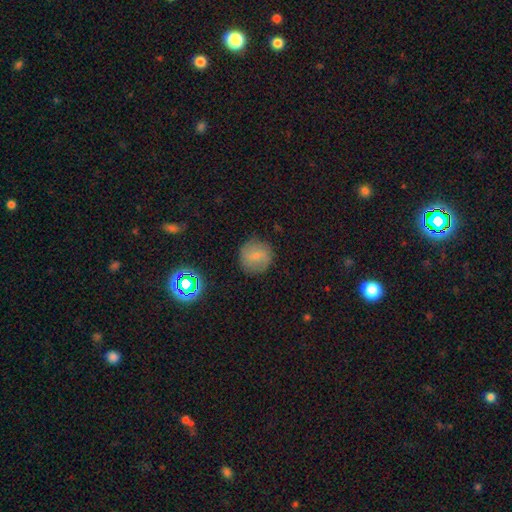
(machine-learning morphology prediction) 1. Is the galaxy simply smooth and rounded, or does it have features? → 65% smooth, 22% featured or disk, 13% star or artifact.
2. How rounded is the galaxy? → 92% round, 7% in between, 1% cigar-shaped.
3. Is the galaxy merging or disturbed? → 85% none, 11% minor disturbance, 3% major disturbance, 1% merger.